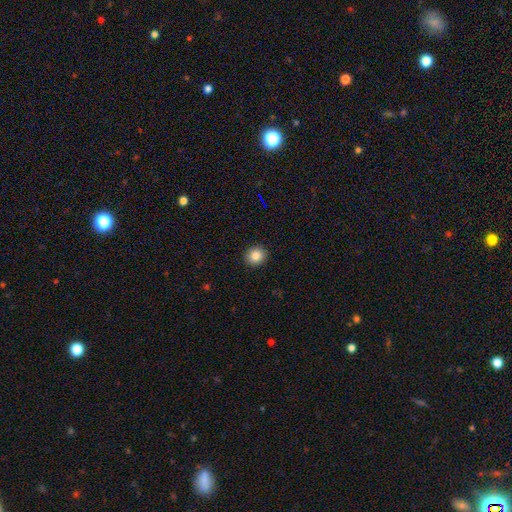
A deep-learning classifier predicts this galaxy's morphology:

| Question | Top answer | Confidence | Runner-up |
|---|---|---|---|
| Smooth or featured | smooth | 85% | star or artifact (10%) |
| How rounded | round | 86% | in between (13%) |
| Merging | none | 92% | minor disturbance (5%) |